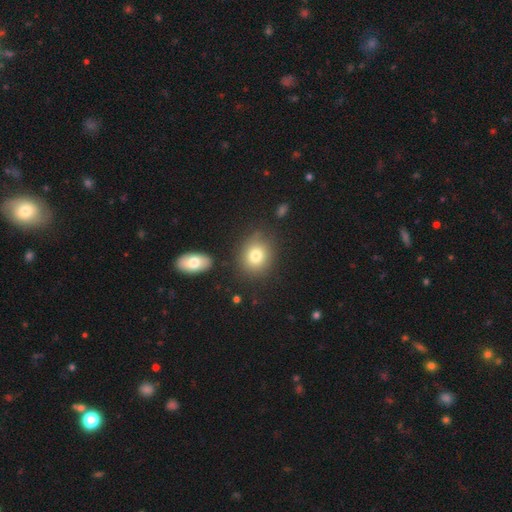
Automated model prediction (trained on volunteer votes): Smooth or featured? smooth (78%)
How rounded? round (69%)
Merging? none (79%)